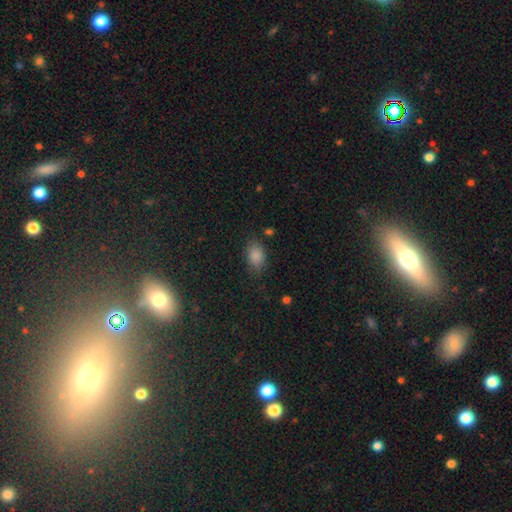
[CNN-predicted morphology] The model was most divided on "merging": none: 73%, minor disturbance: 19%, major disturbance: 6%, merger: 2%. More confident: smooth or featured — smooth (85%); how rounded — in between (85%).